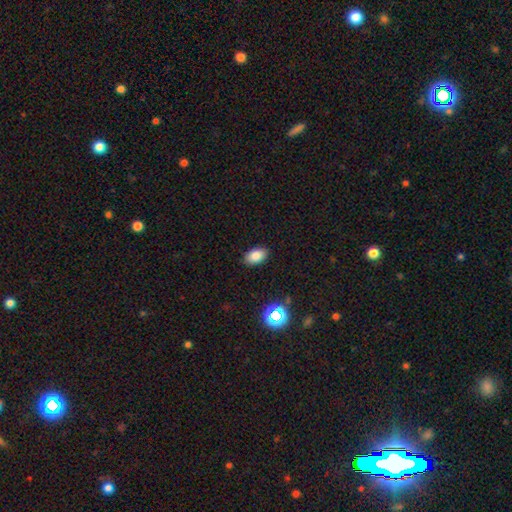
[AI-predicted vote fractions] Smooth or featured?
  - smooth: 82% *
  - star or artifact: 11%
  - featured or disk: 7%
How rounded?
  - in between: 91% *
  - round: 7%
  - cigar-shaped: 1%
Merging?
  - none: 88% *
  - minor disturbance: 9%
  - major disturbance: 2%
  - merger: 1%